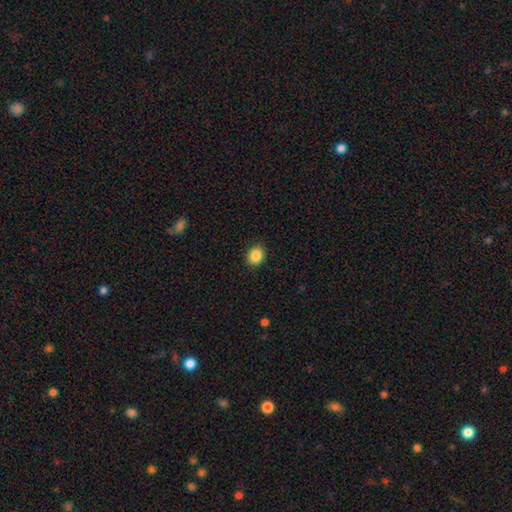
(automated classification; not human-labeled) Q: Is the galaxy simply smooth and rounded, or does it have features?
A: smooth — 88%.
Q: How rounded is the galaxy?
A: round — 50%.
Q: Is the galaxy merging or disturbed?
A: none — 90%.